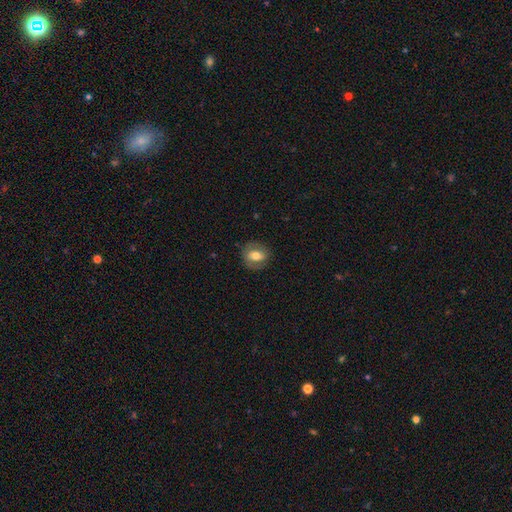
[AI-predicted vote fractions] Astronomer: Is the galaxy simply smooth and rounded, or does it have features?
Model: smooth — 57% (runner-up: featured or disk, 35%).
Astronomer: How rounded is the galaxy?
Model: round — 59% (runner-up: in between, 39%).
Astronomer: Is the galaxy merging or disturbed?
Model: none — 81%.